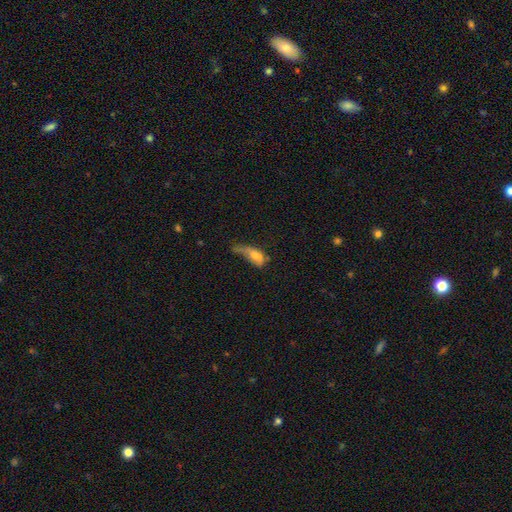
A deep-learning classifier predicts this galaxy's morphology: This is likely a smooth galaxy (60%). How rounded: likely in between (78%). Merging: possibly major disturbance (47%).